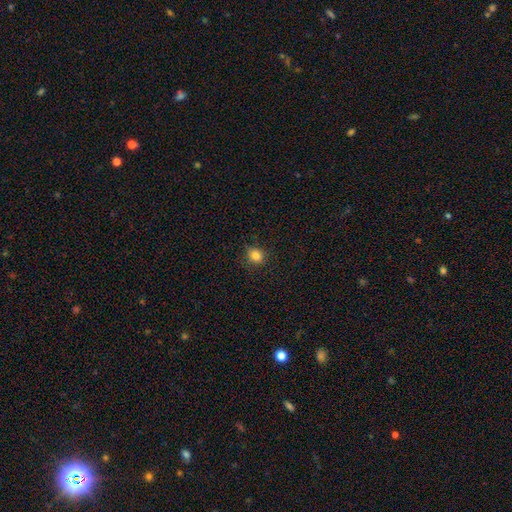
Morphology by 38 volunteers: smooth-or-featured: smooth: 87% | star or artifact: 11% | featured or disk: 3%
  how-rounded: round: 79% | in between: 21% | cigar-shaped: 0%
  merging: none: 88% | minor disturbance: 9% | major disturbance: 3% | merger: 0%